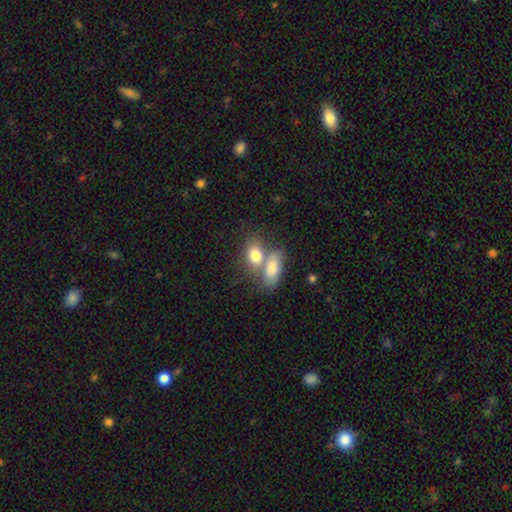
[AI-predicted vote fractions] Overall: smooth (79%). How rounded: in between (78%). Merging: merger (52%; none 34%).